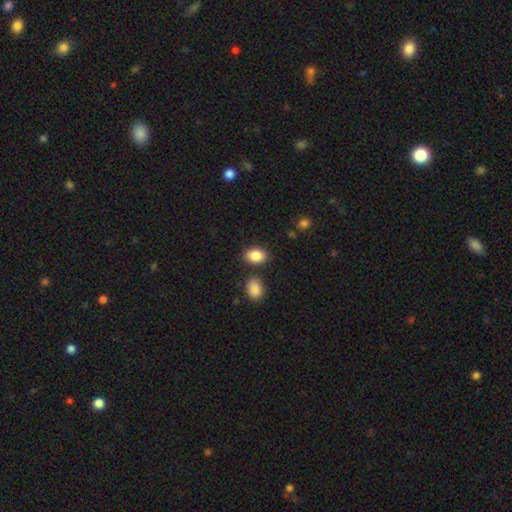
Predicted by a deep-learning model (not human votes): Overall: smooth (87%). How rounded: in between (80%). Merging: none (78%).